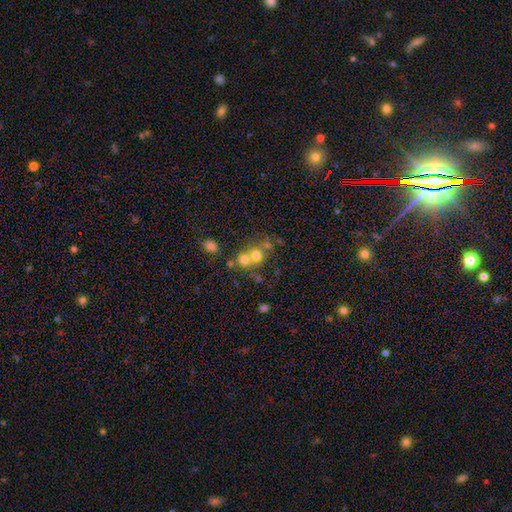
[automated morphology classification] smooth_or_featured: smooth (p=0.68) [alt: featured or disk p=0.17]
how_rounded: round (p=0.81) [alt: in between p=0.18]
merging: merger (p=0.52) [alt: none p=0.38]